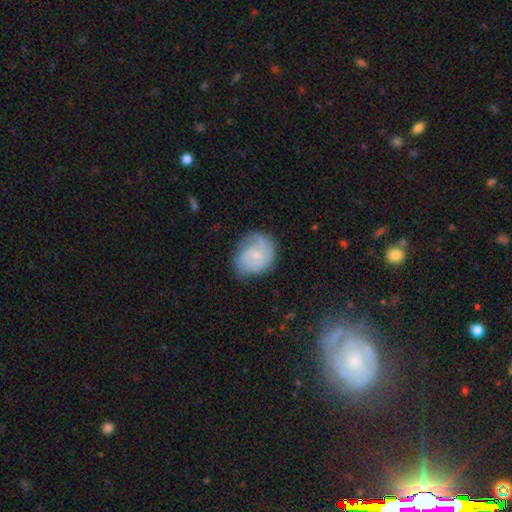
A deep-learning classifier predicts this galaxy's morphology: smooth-or-featured: featured or disk: 52% | smooth: 40% | star or artifact: 8%
  disk-edge-on: no: 97% | yes: 3%
    bar: no: 64% | weak: 31% | strong: 4%
    has-spiral-arms: yes: 82% | no: 18%
    bulge-size: small: 65% | moderate: 20% | none: 12% | large: 2% | dominant: 1%
  merging: none: 58% | minor disturbance: 27% | major disturbance: 13% | merger: 2%